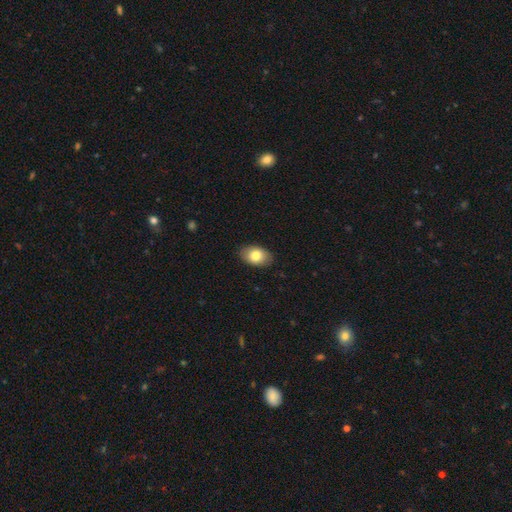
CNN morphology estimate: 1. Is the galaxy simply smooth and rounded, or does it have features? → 80% smooth, 13% featured or disk, 7% star or artifact.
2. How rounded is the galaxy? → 88% in between, 10% round, 1% cigar-shaped.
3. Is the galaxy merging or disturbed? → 88% none, 9% minor disturbance, 2% major disturbance, 1% merger.